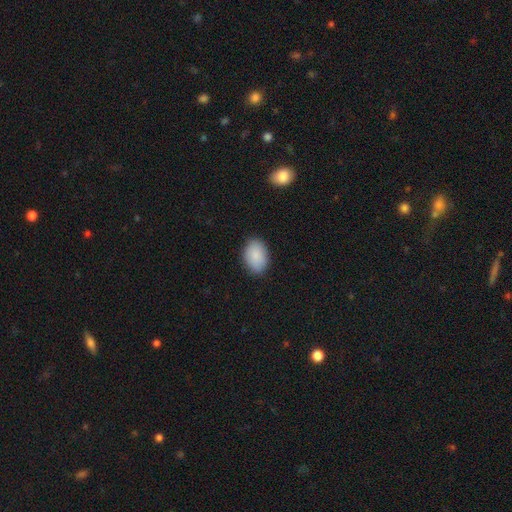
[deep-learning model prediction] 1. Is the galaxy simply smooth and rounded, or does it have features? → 89% smooth, 6% star or artifact, 5% featured or disk.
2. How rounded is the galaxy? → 84% in between, 15% round, 1% cigar-shaped.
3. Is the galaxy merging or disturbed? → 85% none, 11% minor disturbance, 2% major disturbance, 1% merger.